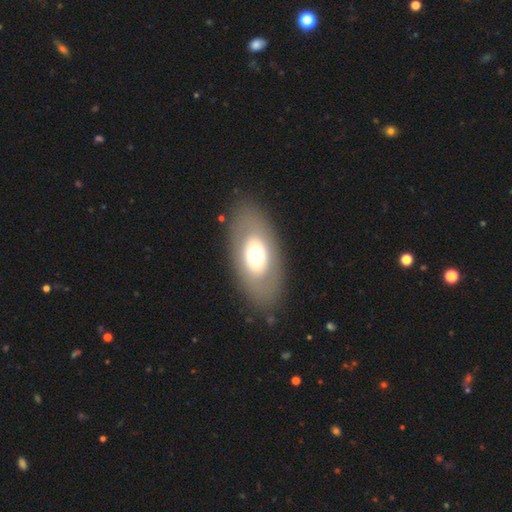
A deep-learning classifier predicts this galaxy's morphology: This appears to be a smooth galaxy with no disk features (53%) that is in between round and cigar-shaped (89%). Merging: none (83%).